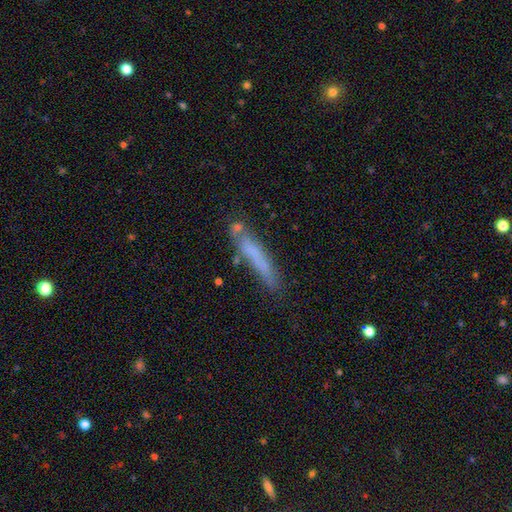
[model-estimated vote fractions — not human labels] Q: Smooth or featured?
A: smooth (57%); runner-up: featured or disk (33%)
Q: How rounded?
A: cigar-shaped (92%); runner-up: in between (7%)
Q: Merging?
A: none (63%); runner-up: minor disturbance (21%)